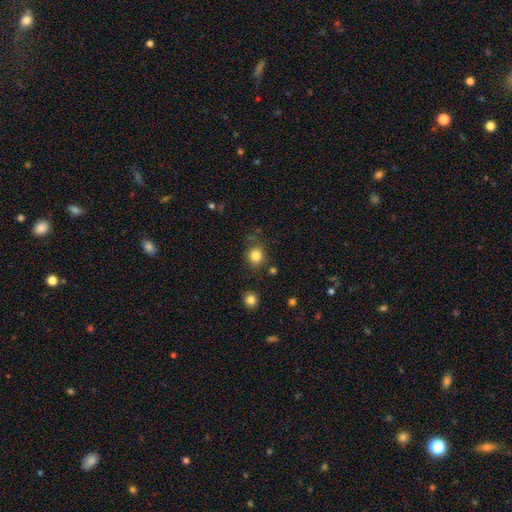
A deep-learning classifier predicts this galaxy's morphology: Smooth or featured?
  - smooth: 83% *
  - star or artifact: 12%
  - featured or disk: 5%
How rounded?
  - round: 87% *
  - in between: 12%
  - cigar-shaped: 1%
Merging?
  - none: 81% *
  - minor disturbance: 11%
  - merger: 4%
  - major disturbance: 4%